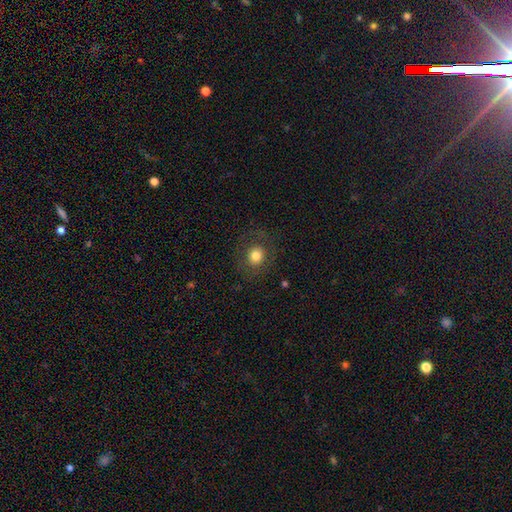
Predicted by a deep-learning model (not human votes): Overall: smooth (77%). How rounded: round (84%). Merging: none (82%).